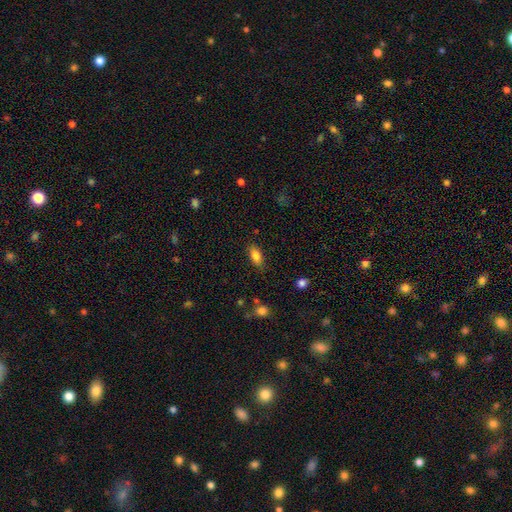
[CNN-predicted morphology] smooth 83%, star or artifact 8%, featured or disk 8%. Down the decision tree: how rounded — in between (87%); merging — none (81%).